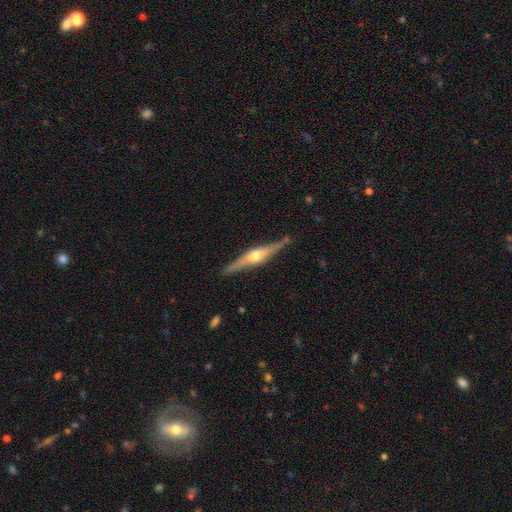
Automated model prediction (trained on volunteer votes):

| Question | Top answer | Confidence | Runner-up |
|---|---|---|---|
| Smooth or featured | featured or disk | 78% | smooth (18%) |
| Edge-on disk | yes | 97% | no (3%) |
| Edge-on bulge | rounded | 93% | boxy (4%) |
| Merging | none | 85% | minor disturbance (11%) |